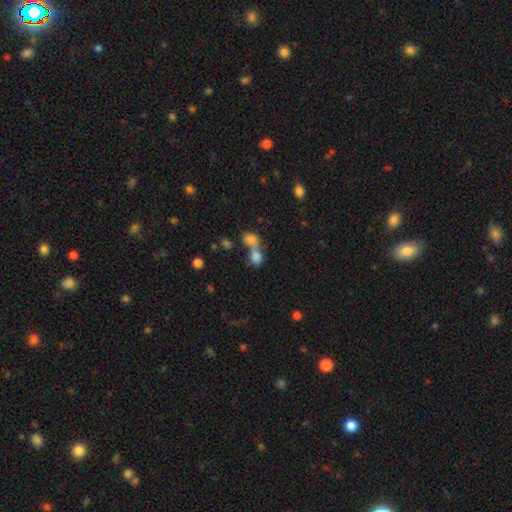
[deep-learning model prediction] The model was most divided on "how rounded": round: 49%, in between: 48%, cigar-shaped: 3%. More confident: smooth or featured — smooth (79%); merging — merger (65%).